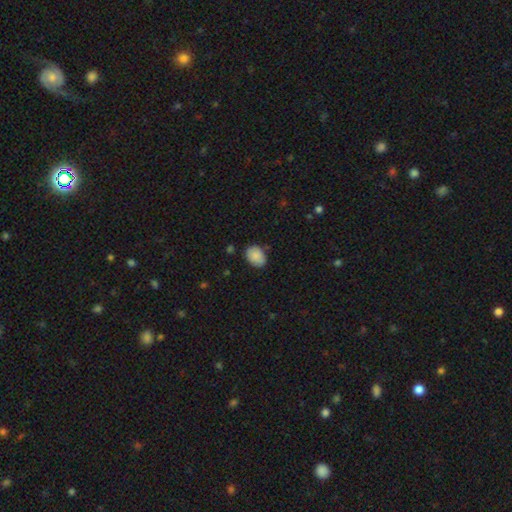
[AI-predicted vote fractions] Smooth or featured? Predicted: smooth (p=0.85). How rounded? Predicted: in between (p=0.71). Merging? Predicted: none (p=0.80).